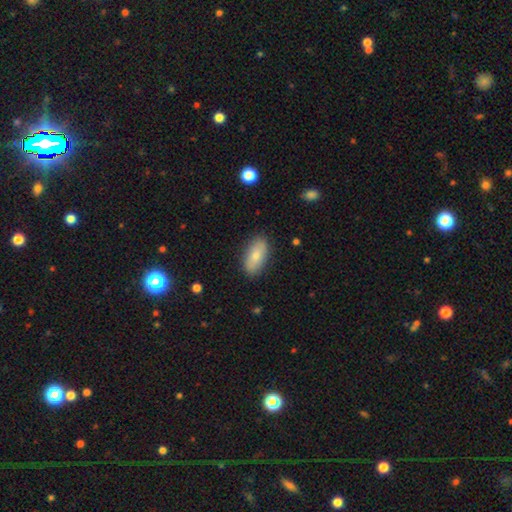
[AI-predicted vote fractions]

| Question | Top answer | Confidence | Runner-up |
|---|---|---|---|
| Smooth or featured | smooth | 77% | featured or disk (17%) |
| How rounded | in between | 90% | cigar-shaped (7%) |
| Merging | none | 86% | minor disturbance (11%) |